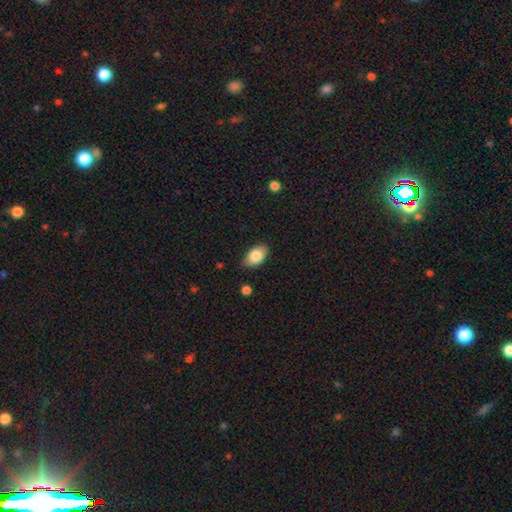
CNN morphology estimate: This appears to be a smooth galaxy with no disk features (83%) that is in between round and cigar-shaped (91%). Merging: none (79%).